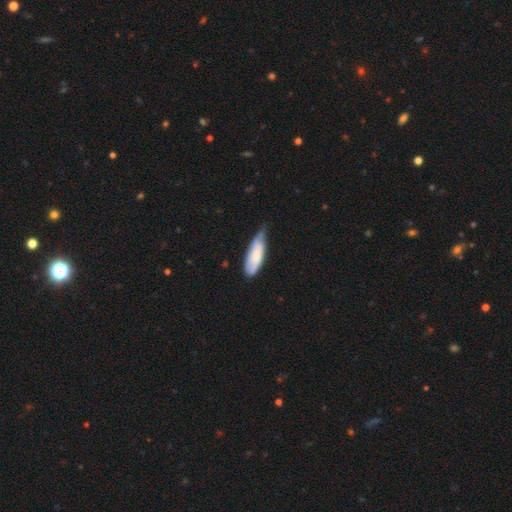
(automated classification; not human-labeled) This is likely a smooth galaxy (74%). How rounded: likely in between (65%). Merging: possibly minor disturbance (51%).